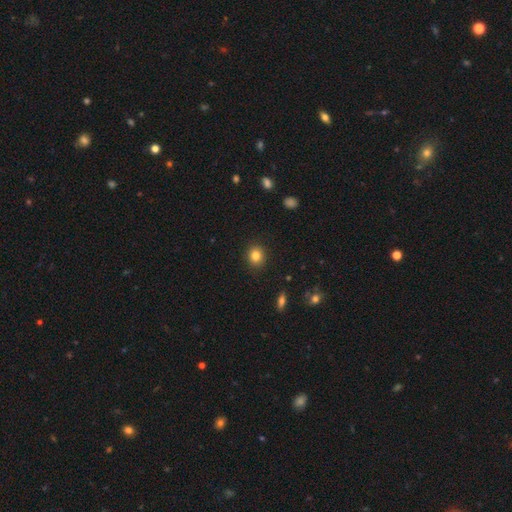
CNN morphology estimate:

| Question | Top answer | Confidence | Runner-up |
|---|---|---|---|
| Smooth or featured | smooth | 83% | star or artifact (11%) |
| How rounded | round | 81% | in between (18%) |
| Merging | none | 91% | minor disturbance (6%) |